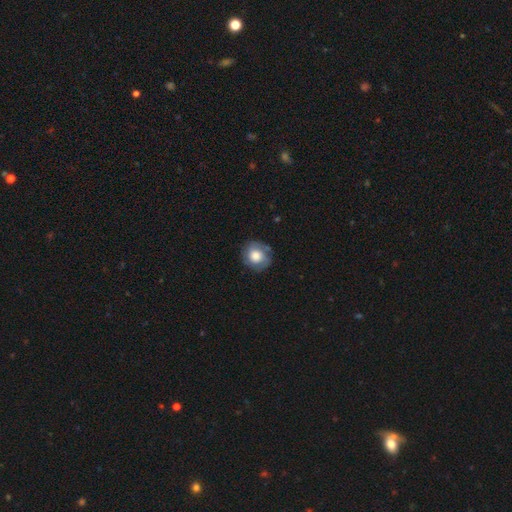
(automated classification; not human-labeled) Smooth or featured? smooth (55%)
How rounded? round (85%)
Merging? none (74%)